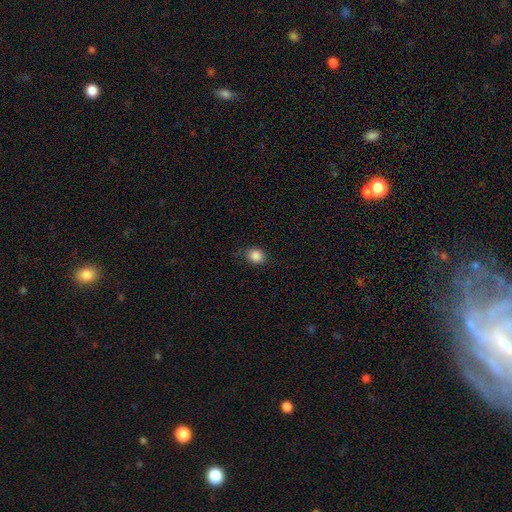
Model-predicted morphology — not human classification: The model was most divided on "how rounded": round: 65%, in between: 34%, cigar-shaped: 1%. More confident: smooth or featured — smooth (87%); merging — none (80%).